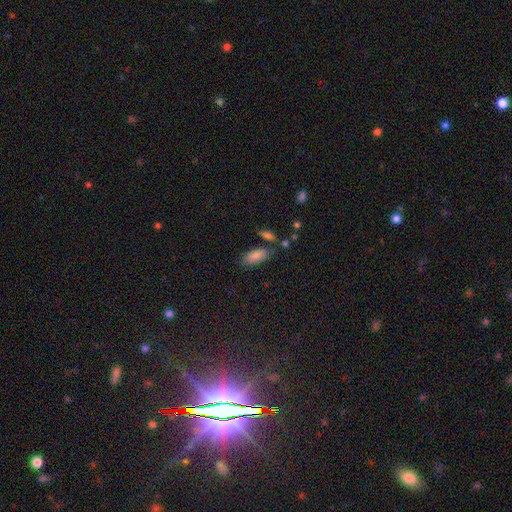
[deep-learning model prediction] Smooth or featured? Predicted: smooth (p=0.86). How rounded? Predicted: in between (p=0.84). Merging? Predicted: none (p=0.71).